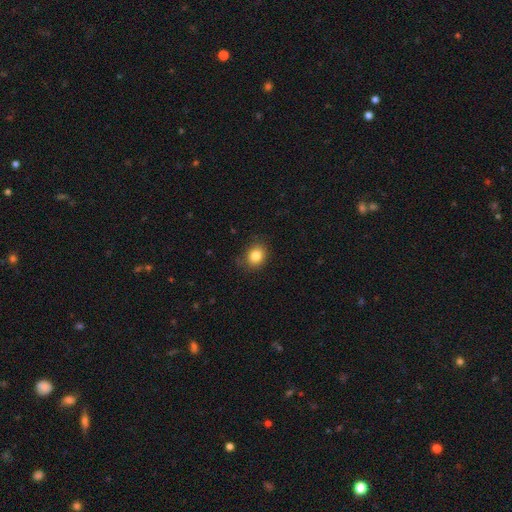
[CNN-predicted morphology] smooth 84%, star or artifact 10%, featured or disk 6%. Down the decision tree: how rounded — round (61%); merging — none (80%).